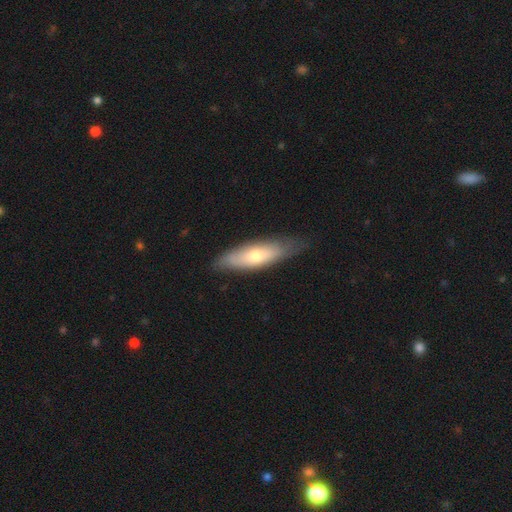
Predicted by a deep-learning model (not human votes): This appears to be a smooth galaxy with no disk features (57%) that is cigar-shaped (54%). Merging: none (76%).